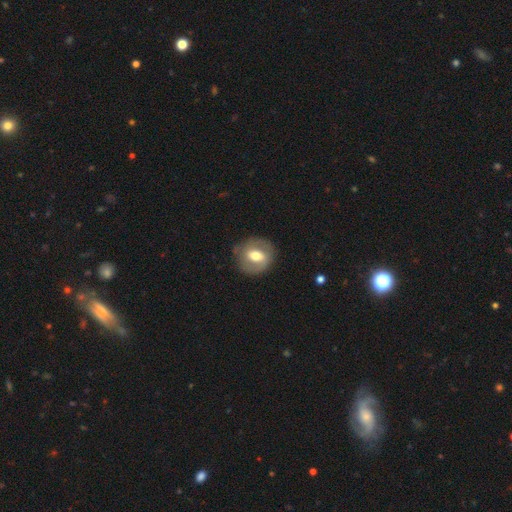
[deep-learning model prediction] smooth_or_featured: featured or disk (p=0.51) [alt: smooth p=0.42]
disk_edge_on: no (p=0.95) [alt: yes p=0.05]
merging: none (p=0.79) [alt: minor disturbance p=0.14]